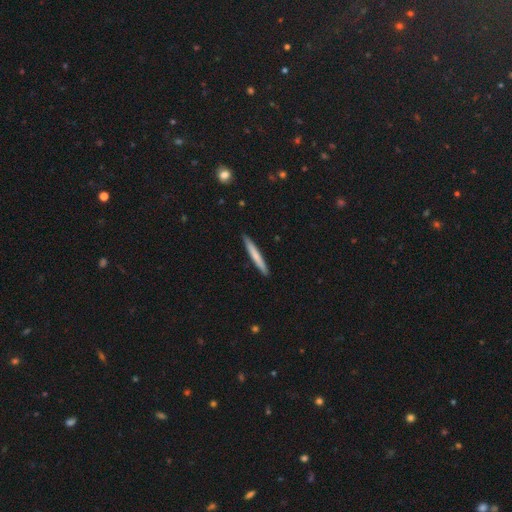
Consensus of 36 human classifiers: Volunteers were most divided on "smooth or featured": smooth: 69%, featured or disk: 28%, star or artifact: 3%. More confident: merging — none (89%); how rounded — cigar-shaped (88%).